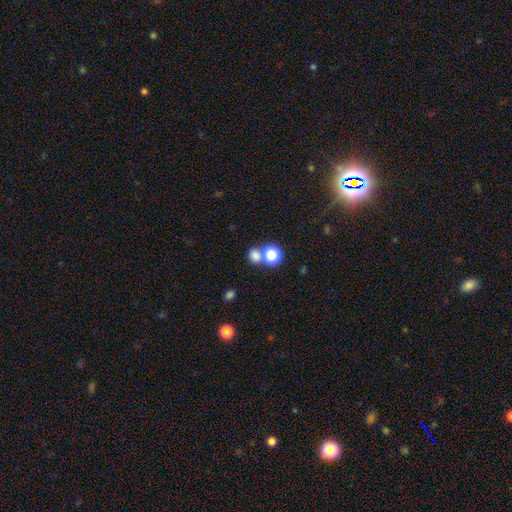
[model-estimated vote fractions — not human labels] smooth-or-featured: smooth: 76% | star or artifact: 17% | featured or disk: 7%
  how-rounded: round: 73% | in between: 26% | cigar-shaped: 1%
  merging: none: 49% | merger: 40% | minor disturbance: 7% | major disturbance: 4%